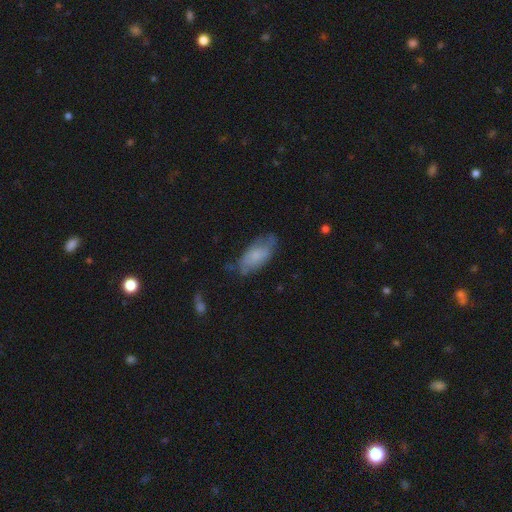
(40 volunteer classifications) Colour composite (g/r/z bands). It shows a smooth galaxy with no disk features (75%) that is in between round and cigar-shaped (87%). Merging: none (34%, tied with minor disturbance).